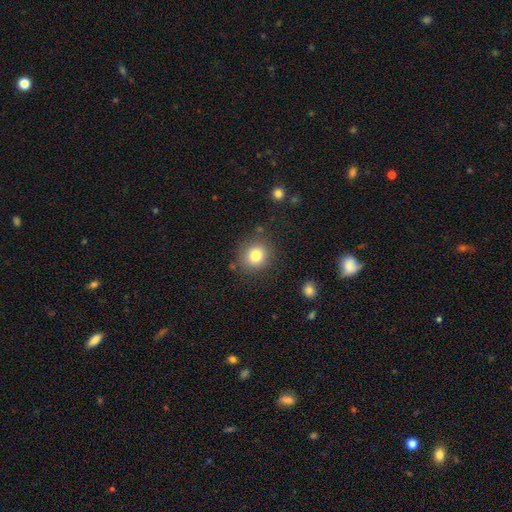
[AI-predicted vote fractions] smooth 81%, star or artifact 11%, featured or disk 8%. Down the decision tree: how rounded — round (85%); merging — none (85%).